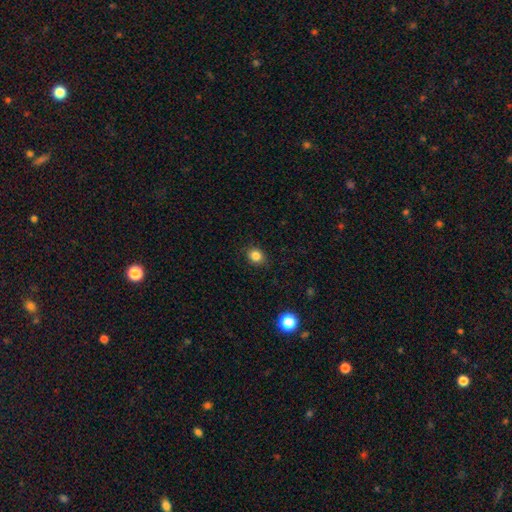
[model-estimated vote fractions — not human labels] Smooth or featured? smooth (83%)
How rounded? round (72%)
Merging? none (87%)